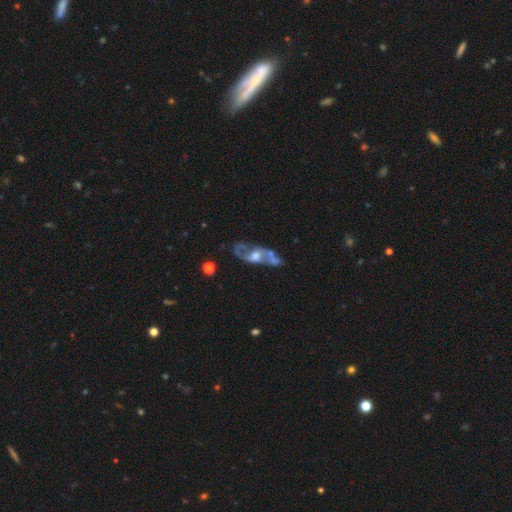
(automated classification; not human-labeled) Q: Smooth or featured?
A: featured or disk (76%); runner-up: smooth (17%)
Q: Edge-on disk?
A: no (82%); runner-up: yes (18%)
Q: Bar?
A: no (67%); runner-up: weak (26%)
Q: Spiral arms?
A: yes (61%); runner-up: no (39%)
Q: Bulge size?
A: moderate (58%); runner-up: small (18%)
Q: Merging?
A: none (47%); runner-up: merger (19%)